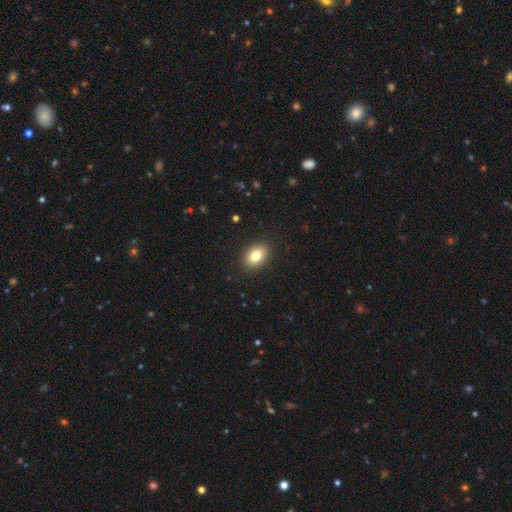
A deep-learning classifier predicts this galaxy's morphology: Q: Smooth or featured?
A: smooth (81%); runner-up: featured or disk (10%)
Q: How rounded?
A: in between (78%); runner-up: round (21%)
Q: Merging?
A: none (89%); runner-up: minor disturbance (8%)